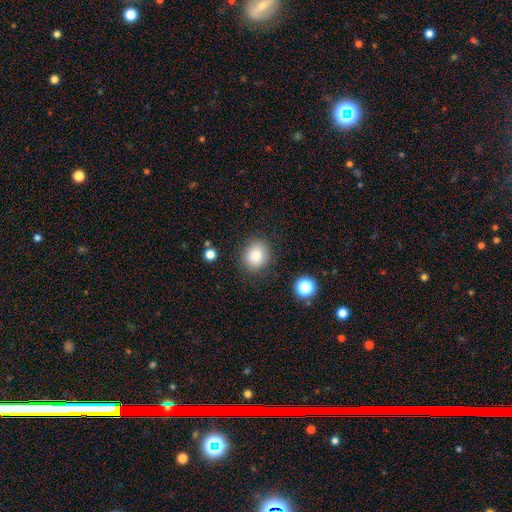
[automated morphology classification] The model was most divided on "how rounded": round: 69%, in between: 30%, cigar-shaped: 1%. More confident: merging — none (83%); smooth or featured — smooth (83%).